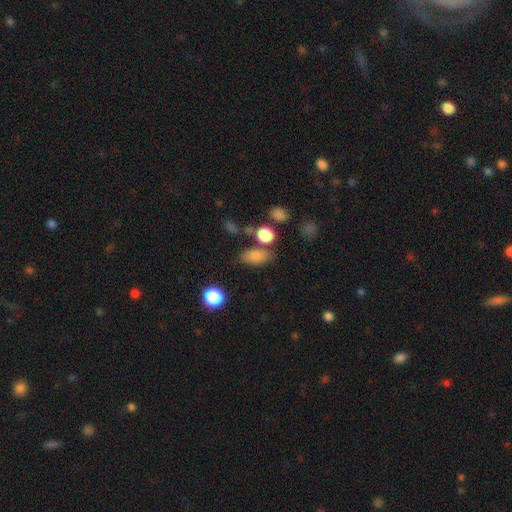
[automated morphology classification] Q: Smooth or featured?
A: smooth (82%); runner-up: star or artifact (10%)
Q: How rounded?
A: in between (83%); runner-up: round (11%)
Q: Merging?
A: none (69%); runner-up: minor disturbance (14%)